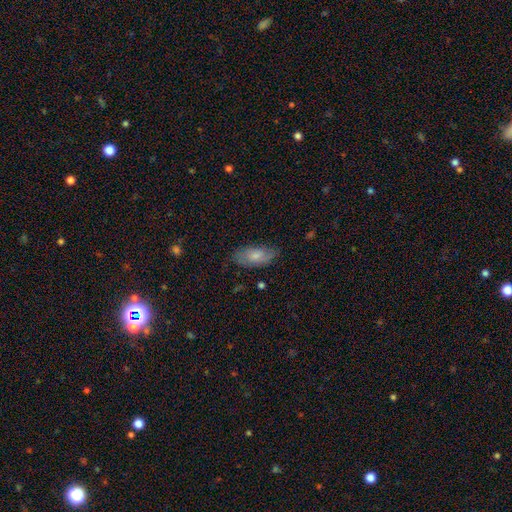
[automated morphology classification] The model was most divided on "merging": none: 72%, minor disturbance: 22%, major disturbance: 5%, merger: 1%. More confident: how rounded — in between (89%); smooth or featured — smooth (73%).